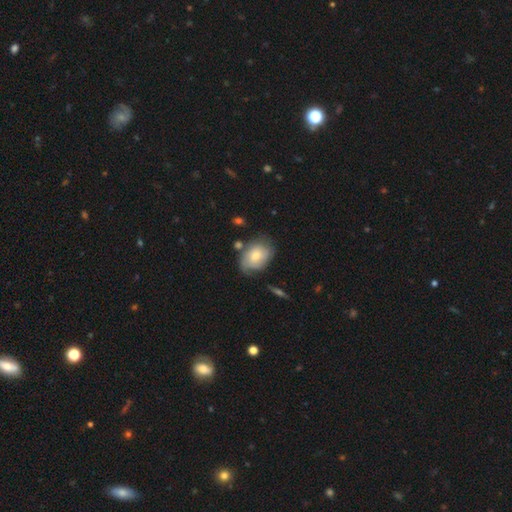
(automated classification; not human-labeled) A smooth galaxy with no disk features (60%) that is in between round and cigar-shaped (70%). Merging: none (62%).